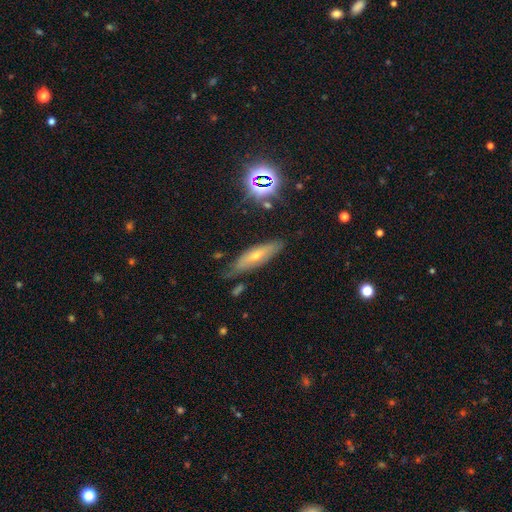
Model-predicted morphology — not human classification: A featured or disk galaxy (44%). Merging: none (68%).